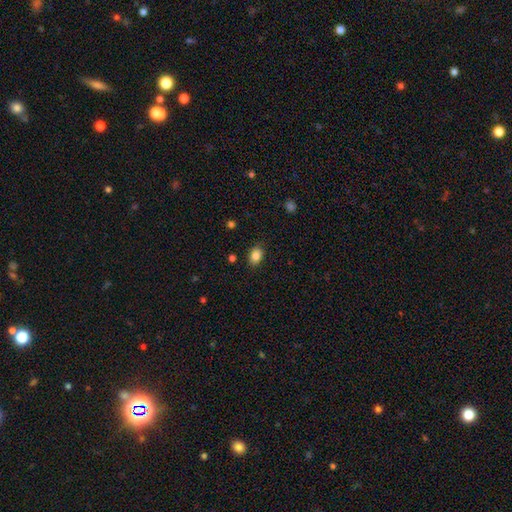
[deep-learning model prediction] Smooth or featured: smooth — 85% (star or artifact — 9%)
How rounded: in between — 77% (round — 22%)
Merging: none — 85% (minor disturbance — 11%)